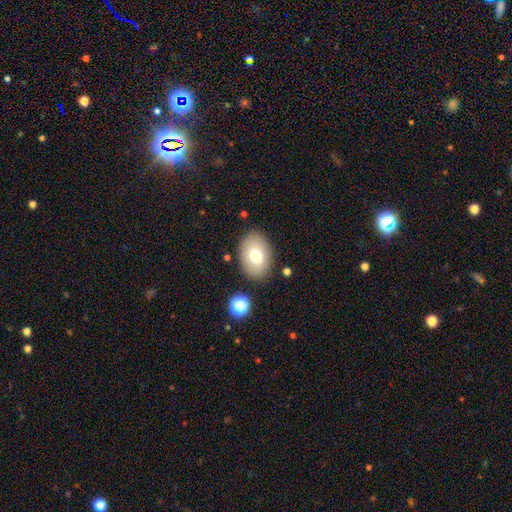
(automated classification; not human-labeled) Smooth or featured: smooth — 73% (featured or disk — 18%)
How rounded: in between — 82% (round — 17%)
Merging: none — 84% (minor disturbance — 11%)